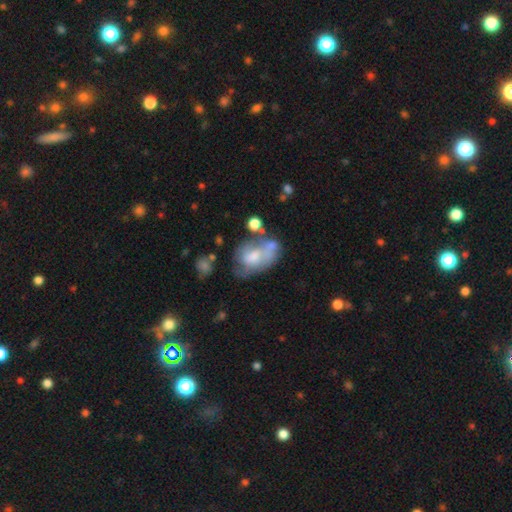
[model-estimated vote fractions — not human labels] Smooth or featured: smooth — 46% (featured or disk — 44%)
Merging: none — 28% (major disturbance — 24%)